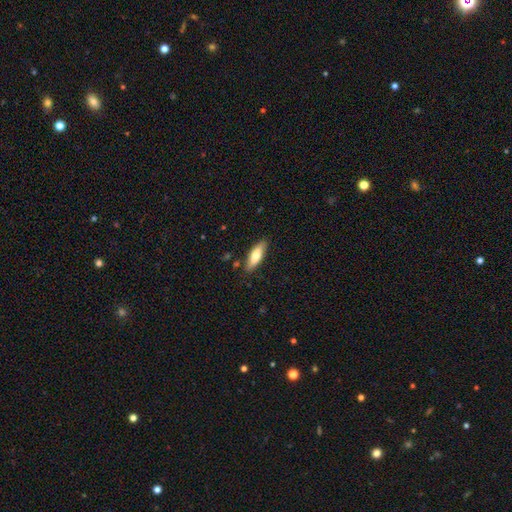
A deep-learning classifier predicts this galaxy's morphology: This is likely a smooth galaxy (72%). How rounded: possibly in between (55%). Merging: clearly none (84%).